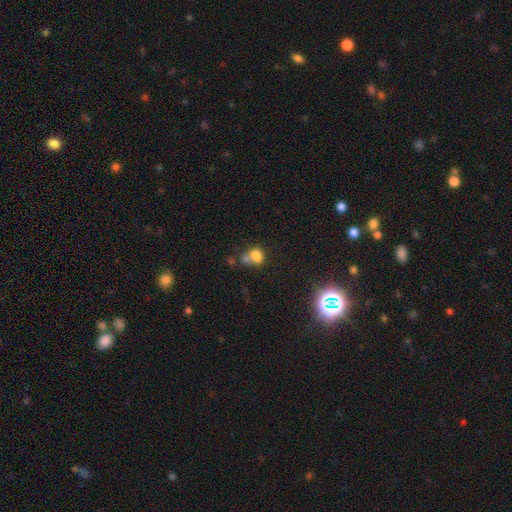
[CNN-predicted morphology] A smooth galaxy with no disk features (74%) that is in between round and cigar-shaped (58%).

Vote fractions:
- Smooth or featured? smooth: 74% / star or artifact: 14% / featured or disk: 12%
- How rounded? in between: 58% / round: 41% / cigar-shaped: 2%
- Merging? merger: 45% / none: 32% / minor disturbance: 14% / major disturbance: 9%